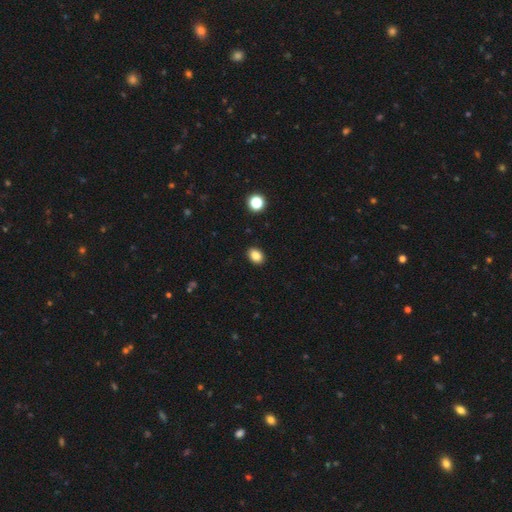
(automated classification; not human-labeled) smooth 86%, star or artifact 10%, featured or disk 4%. Down the decision tree: how rounded — in between (69%); merging — none (90%).